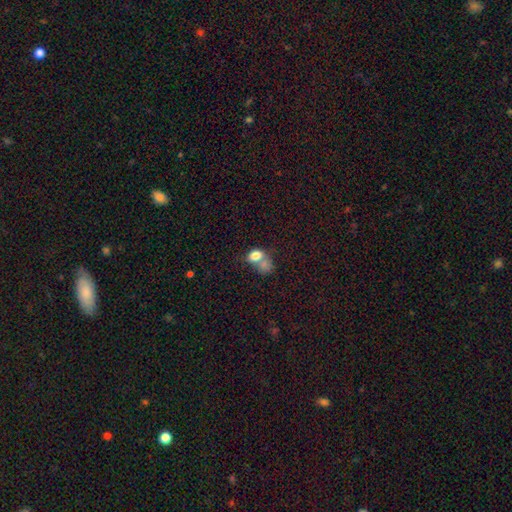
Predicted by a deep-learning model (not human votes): This appears to be a smooth galaxy with no disk features (77%) that is in between round and cigar-shaped (67%). Merging: merger (58%).